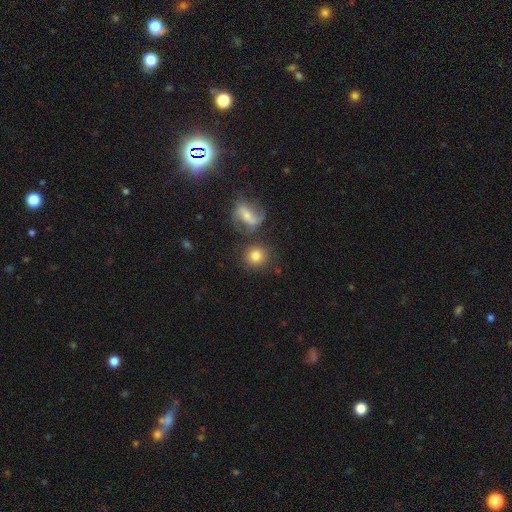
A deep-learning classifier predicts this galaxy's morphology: Smooth or featured: smooth — 73% (featured or disk — 18%)
How rounded: round — 89% (in between — 9%)
Merging: none — 73% (merger — 12%)